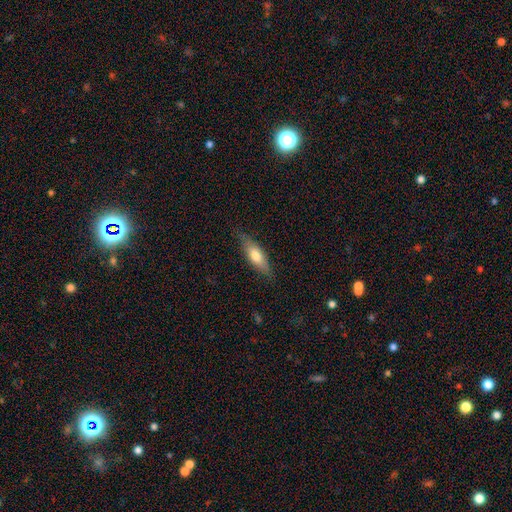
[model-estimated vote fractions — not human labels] The model was most divided on "how rounded": in between: 54%, cigar-shaped: 44%, round: 2%. More confident: merging — none (78%); smooth or featured — smooth (64%).